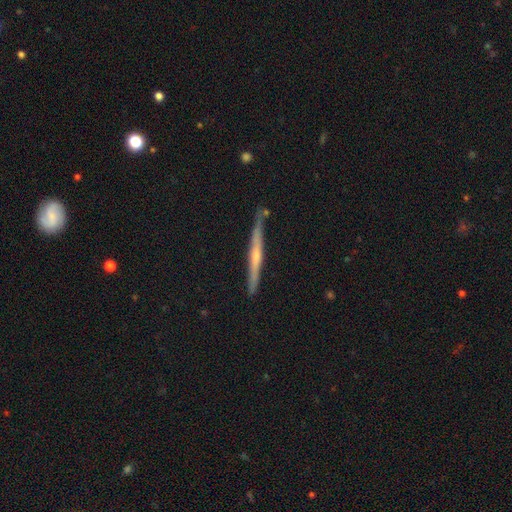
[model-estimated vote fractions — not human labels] A featured or disk galaxy (69%) viewed edge-on (97%) with a rounded central bulge (59%).

Vote fractions:
- Smooth or featured? featured or disk: 69% / smooth: 25% / star or artifact: 6%
- Edge-on disk? yes: 97% / no: 3%
- Edge-on bulge? rounded: 59% / none: 33% / boxy: 7%
- Merging? none: 83% / minor disturbance: 12% / merger: 3% / major disturbance: 2%